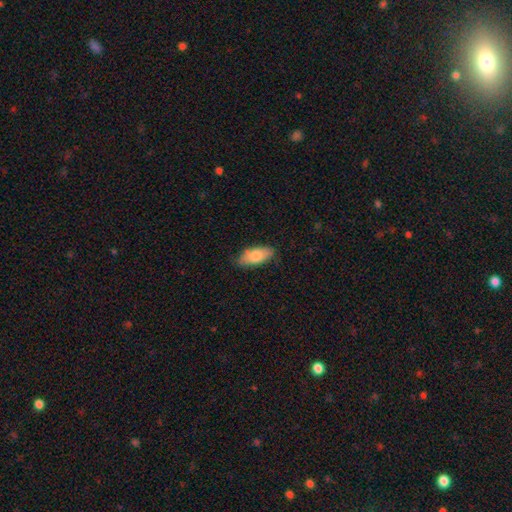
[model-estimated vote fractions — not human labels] Overall: smooth (80%). How rounded: in between (86%). Merging: none (82%).